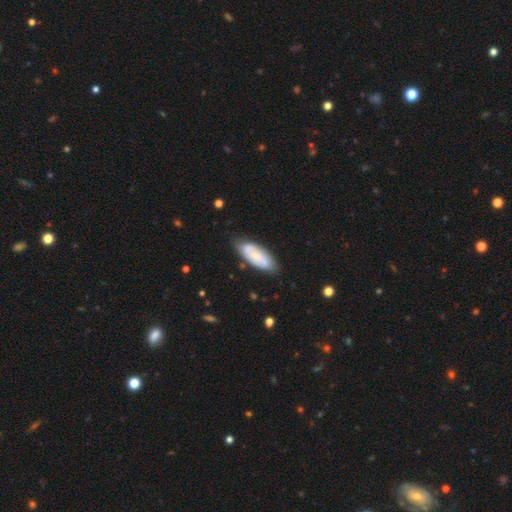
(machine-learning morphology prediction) The model was most divided on "smooth or featured": smooth: 49%, featured or disk: 45%, star or artifact: 6%. More confident: merging — none (72%).